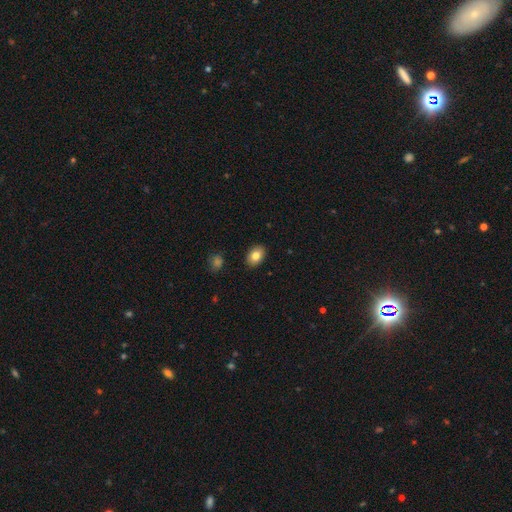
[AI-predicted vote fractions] This appears to be a smooth galaxy with no disk features (82%) that is in between round and cigar-shaped (81%). Merging: none (89%).